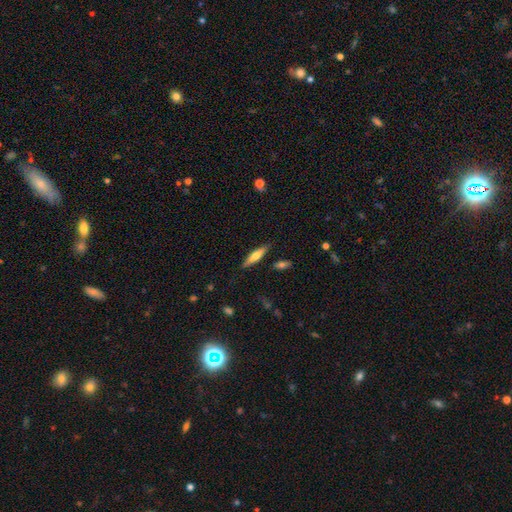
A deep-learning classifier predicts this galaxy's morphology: This is possibly a smooth galaxy (55%). How rounded: likely cigar-shaped (72%). Merging: clearly none (85%).